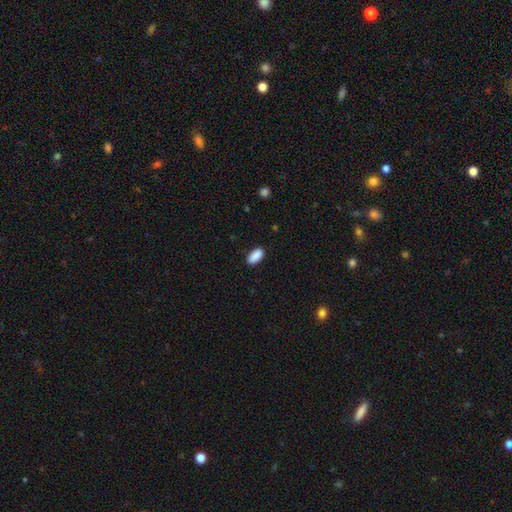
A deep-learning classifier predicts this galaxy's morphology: Smooth or featured? smooth (90%)
How rounded? in between (93%)
Merging? none (86%)